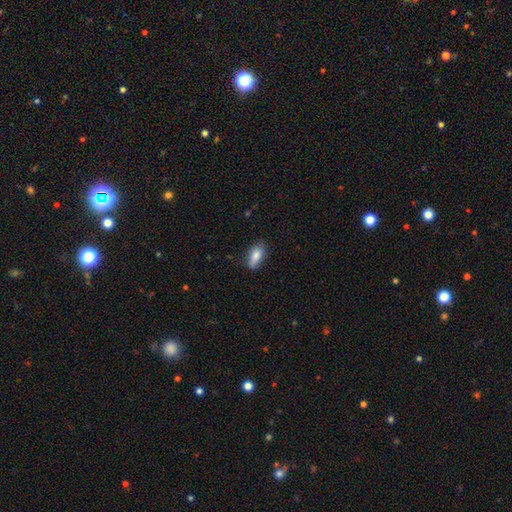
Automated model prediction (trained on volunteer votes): Q: Smooth or featured?
A: smooth (81%); runner-up: featured or disk (12%)
Q: How rounded?
A: in between (83%); runner-up: cigar-shaped (13%)
Q: Merging?
A: none (64%); runner-up: minor disturbance (27%)